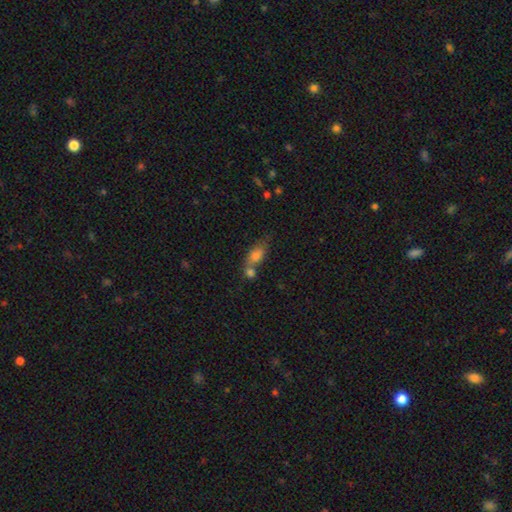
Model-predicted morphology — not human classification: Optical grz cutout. It shows a smooth galaxy with no disk features (76%) that is in between round and cigar-shaped (77%). Merging: merger (47%).